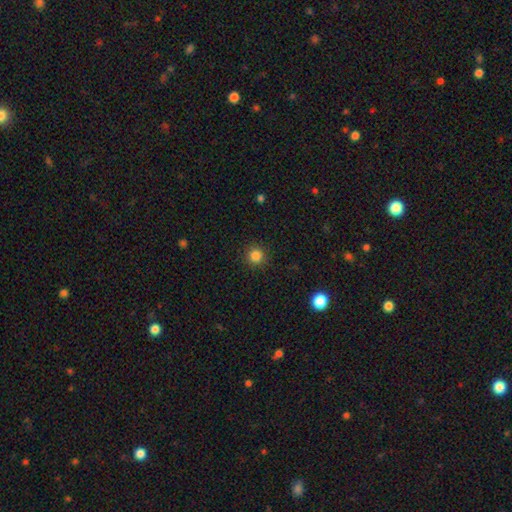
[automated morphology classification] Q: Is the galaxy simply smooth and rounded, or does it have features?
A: smooth — 84%.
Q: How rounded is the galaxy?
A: round — 95%.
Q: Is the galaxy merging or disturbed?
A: none — 91%.